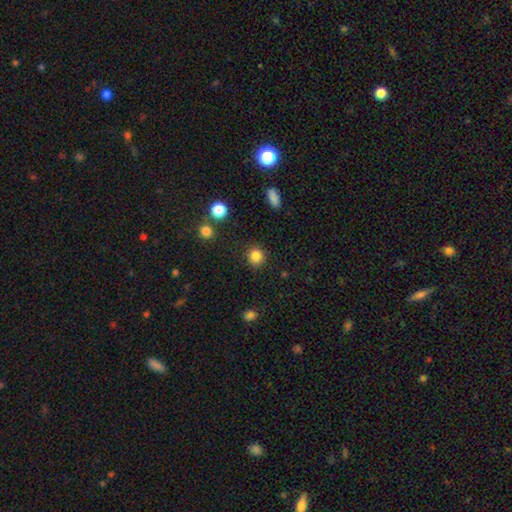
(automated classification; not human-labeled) Smooth or featured? smooth (85%)
How rounded? round (88%)
Merging? none (89%)